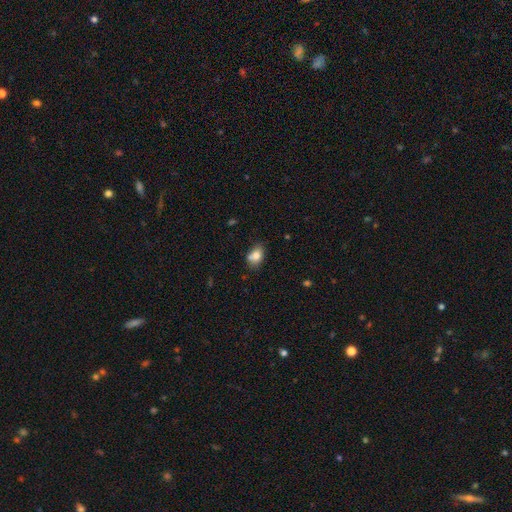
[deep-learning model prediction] Smooth or featured?
  - smooth: 78% *
  - featured or disk: 13%
  - star or artifact: 10%
How rounded?
  - in between: 72% *
  - round: 27%
  - cigar-shaped: 1%
Merging?
  - none: 57% *
  - minor disturbance: 22%
  - merger: 16%
  - major disturbance: 5%